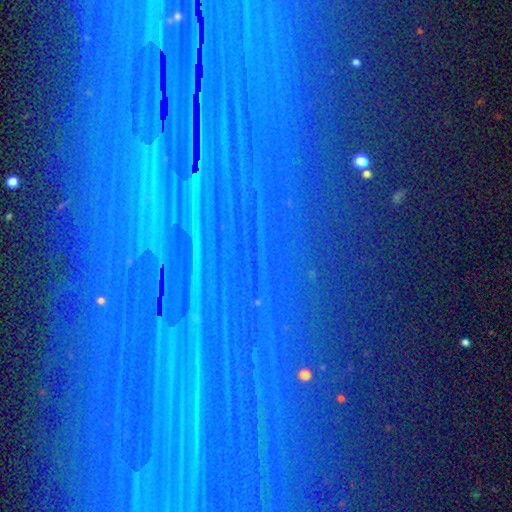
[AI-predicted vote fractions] Smooth or featured? star or artifact (82%)